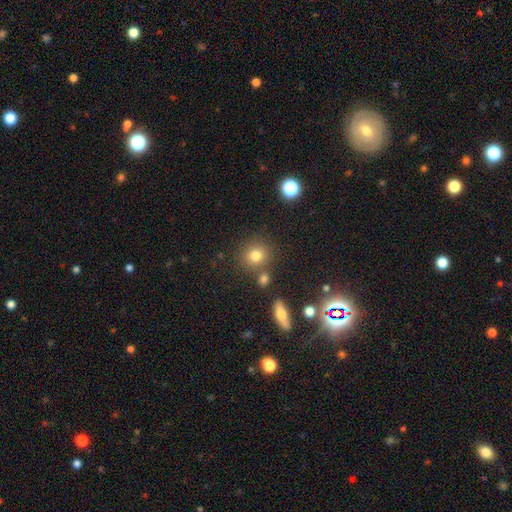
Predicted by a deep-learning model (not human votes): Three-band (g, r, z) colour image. It shows a smooth galaxy with no disk features (78%) that is round (84%). Merging: none (75%).